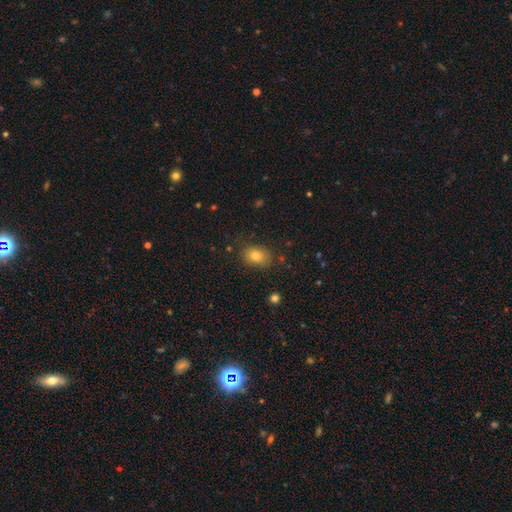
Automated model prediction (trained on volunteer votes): smooth_or_featured: smooth (p=0.79) [alt: star or artifact p=0.12]
how_rounded: in between (p=0.67) [alt: round p=0.32]
merging: none (p=0.82) [alt: minor disturbance p=0.13]